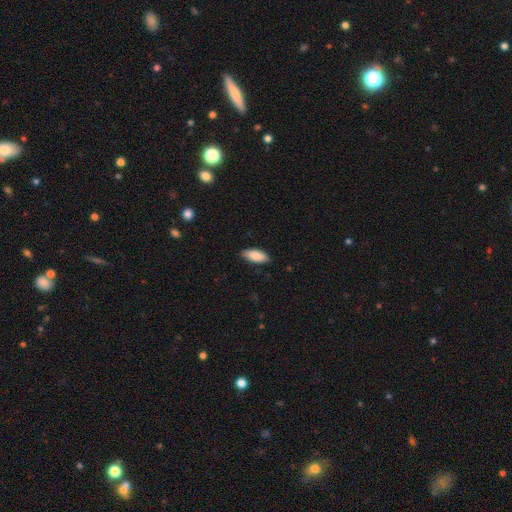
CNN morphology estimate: Smooth or featured?
  - smooth: 87% *
  - featured or disk: 7%
  - star or artifact: 6%
How rounded?
  - in between: 83% *
  - cigar-shaped: 15%
  - round: 2%
Merging?
  - none: 85% *
  - minor disturbance: 12%
  - major disturbance: 2%
  - merger: 1%